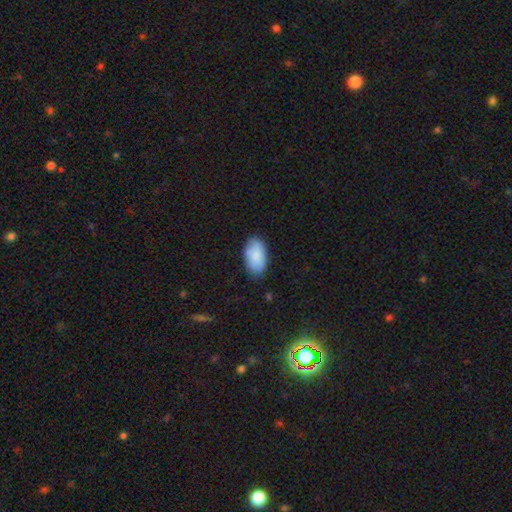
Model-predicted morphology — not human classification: Smooth or featured? smooth (81%)
How rounded? in between (94%)
Merging? none (74%)